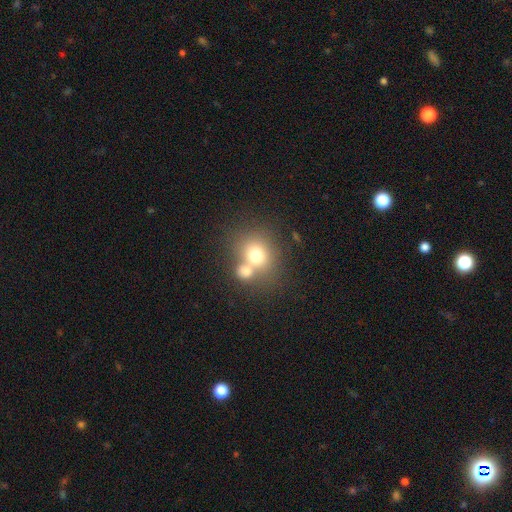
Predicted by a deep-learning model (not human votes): smooth 71%, featured or disk 16%, star or artifact 13%. Down the decision tree: how rounded — round (74%); merging — merger (48%).